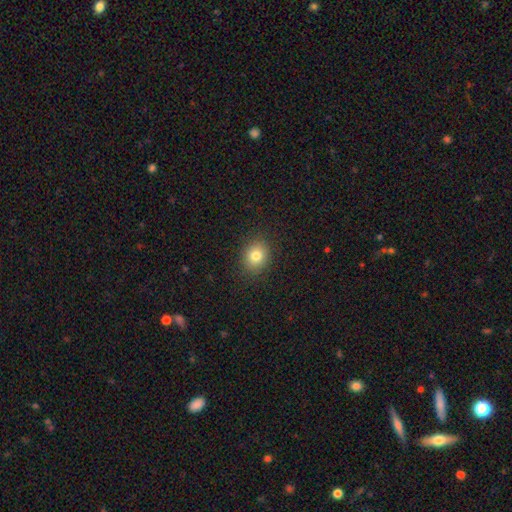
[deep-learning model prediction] Smooth or featured? Predicted: smooth (p=0.81). How rounded? Predicted: round (p=0.62). Merging? Predicted: none (p=0.89).